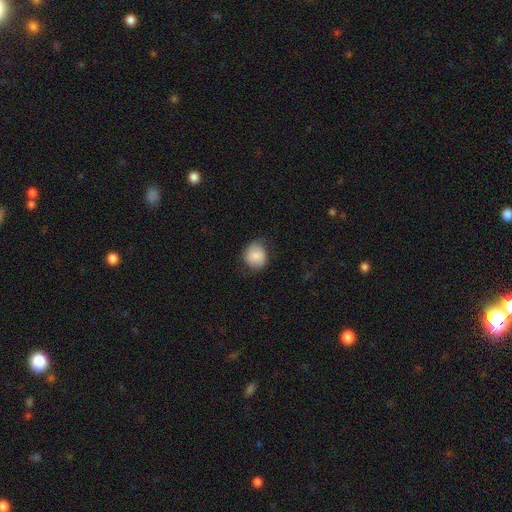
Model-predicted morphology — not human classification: Smooth or featured: smooth — 82% (featured or disk — 10%)
How rounded: round — 77% (in between — 22%)
Merging: none — 74% (minor disturbance — 19%)